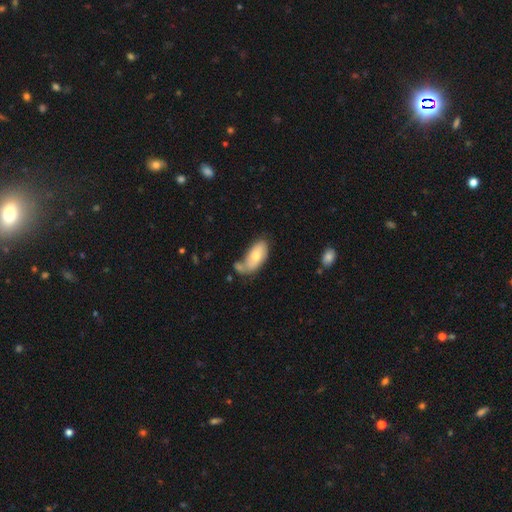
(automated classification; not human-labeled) A smooth galaxy with no disk features (65%) that is in between round and cigar-shaped (91%). Merging: none (44%).